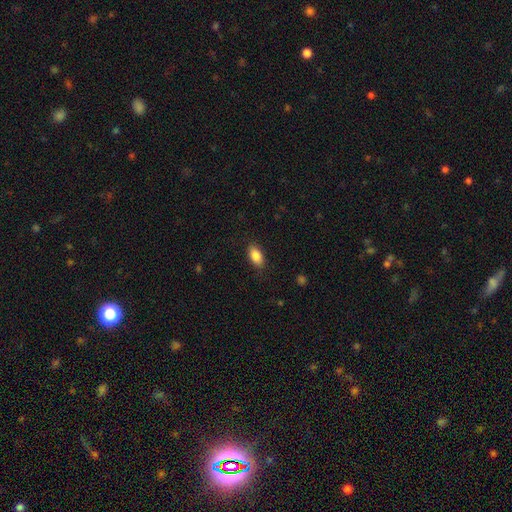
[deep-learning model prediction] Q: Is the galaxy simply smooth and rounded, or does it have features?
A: smooth — 87%.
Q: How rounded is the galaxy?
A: in between — 91%.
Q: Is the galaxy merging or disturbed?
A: none — 86%.